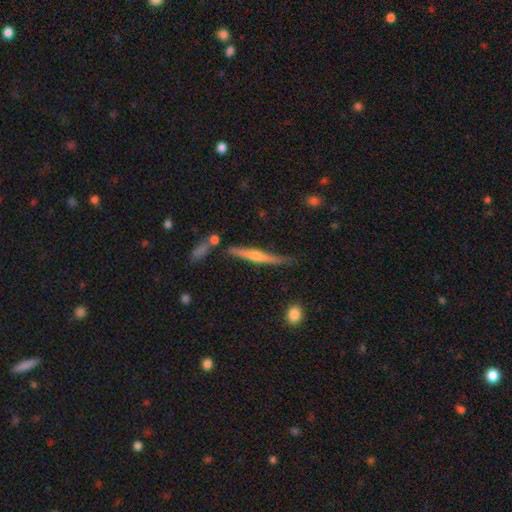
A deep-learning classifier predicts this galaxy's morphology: Overall: featured or disk (64%; smooth 30%). Edge-on disk: yes (97%). Edge-on bulge: rounded (77%). Merging: none (76%).